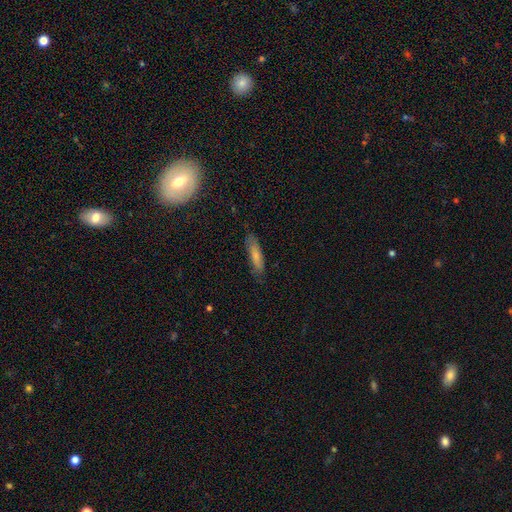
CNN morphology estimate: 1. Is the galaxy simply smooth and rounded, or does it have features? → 72% smooth, 21% featured or disk, 7% star or artifact.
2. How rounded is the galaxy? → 73% cigar-shaped, 25% in between, 2% round.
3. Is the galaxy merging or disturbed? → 80% none, 16% minor disturbance, 3% major disturbance, 1% merger.